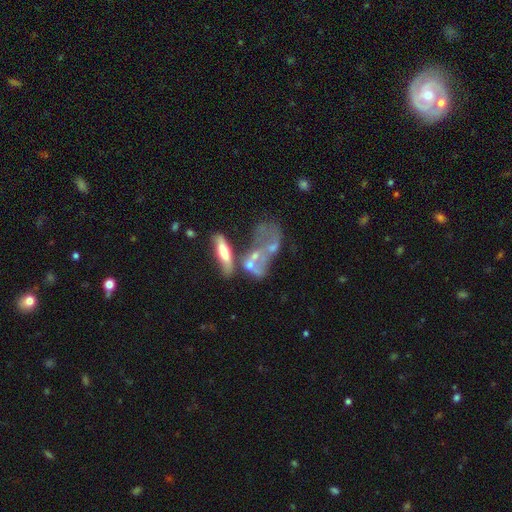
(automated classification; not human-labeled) Smooth or featured? featured or disk (51%)
Edge-on disk? no (86%)
Merging? merger (51%)